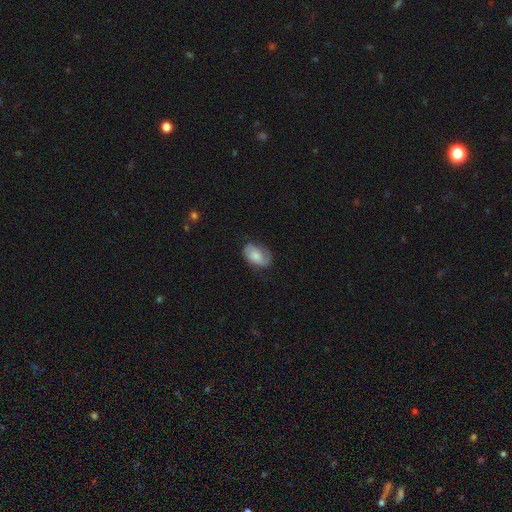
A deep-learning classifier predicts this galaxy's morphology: Smooth or featured? Predicted: smooth (p=0.50). Merging? Predicted: none (p=0.68).